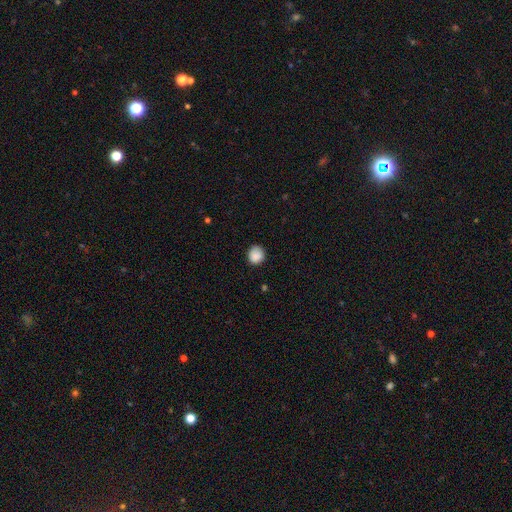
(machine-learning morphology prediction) Smooth or featured? smooth (87%)
How rounded? round (84%)
Merging? none (79%)